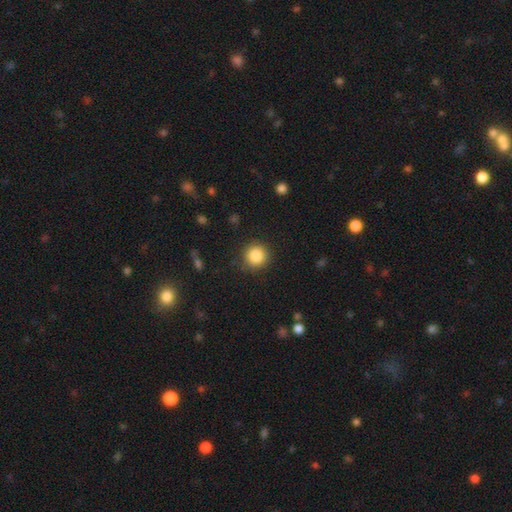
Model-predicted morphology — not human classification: The model was most divided on "smooth or featured": smooth: 87%, star or artifact: 9%, featured or disk: 4%. More confident: how rounded — round (93%); merging — none (88%).